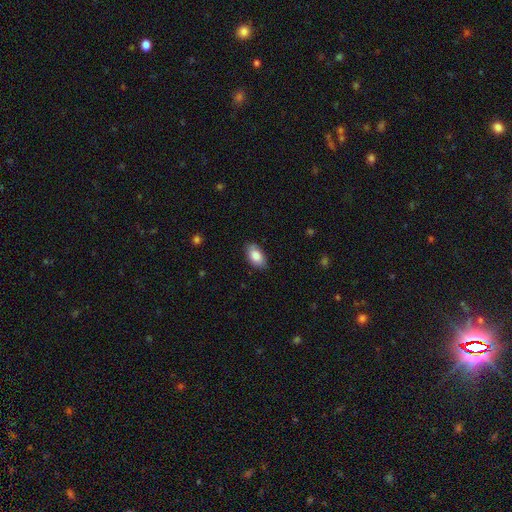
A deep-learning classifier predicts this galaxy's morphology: Overall: smooth (85%). How rounded: in between (94%). Merging: none (84%).